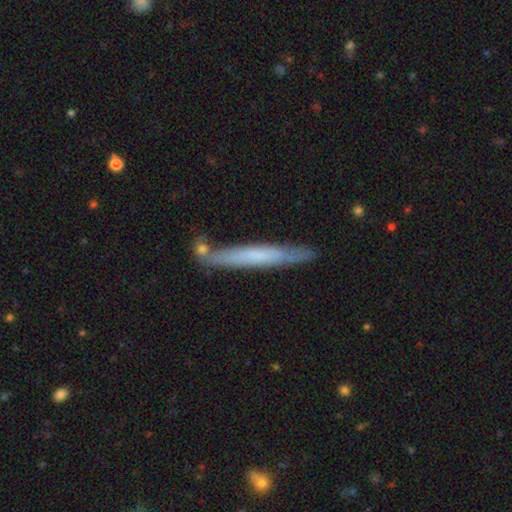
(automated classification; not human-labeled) A smooth galaxy with no disk features (49%).

Vote fractions:
- Smooth or featured? smooth: 49% / featured or disk: 45% / star or artifact: 6%
- Merging? none: 77% / minor disturbance: 14% / merger: 7% / major disturbance: 3%